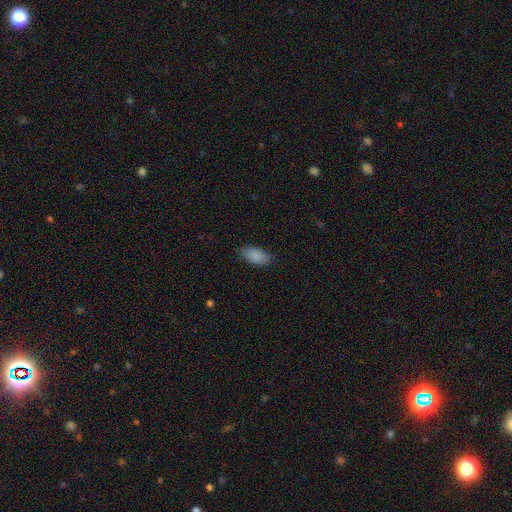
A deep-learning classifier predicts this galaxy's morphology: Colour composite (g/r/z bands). It shows a smooth galaxy with no disk features (89%) that is in between round and cigar-shaped (92%). Merging: none (83%).